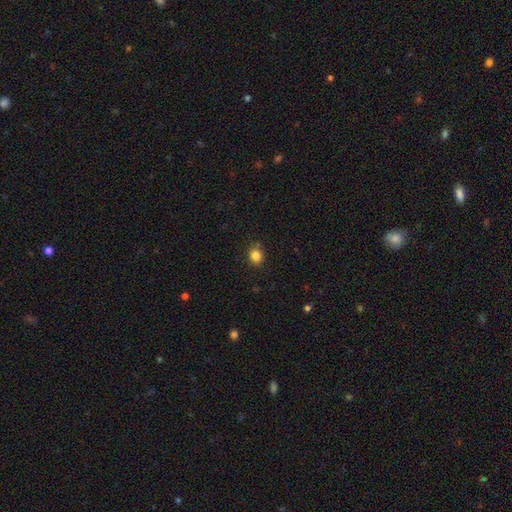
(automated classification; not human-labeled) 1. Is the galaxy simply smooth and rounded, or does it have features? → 83% smooth, 12% star or artifact, 6% featured or disk.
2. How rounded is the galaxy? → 71% round, 28% in between, 1% cigar-shaped.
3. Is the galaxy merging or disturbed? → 80% none, 13% minor disturbance, 4% merger, 3% major disturbance.